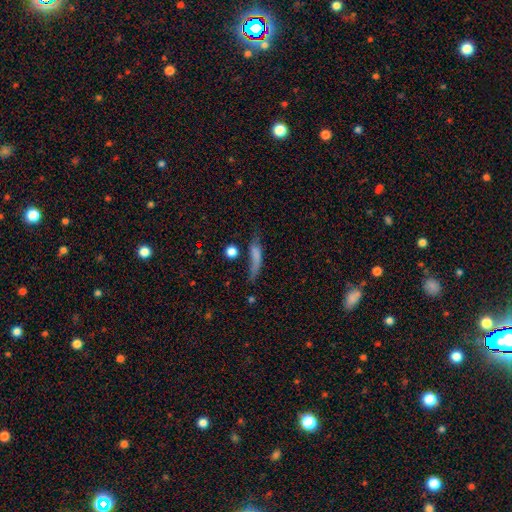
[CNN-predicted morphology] type=smooth (63%); roundness=cigar-shaped (68%); merging=none (39%).